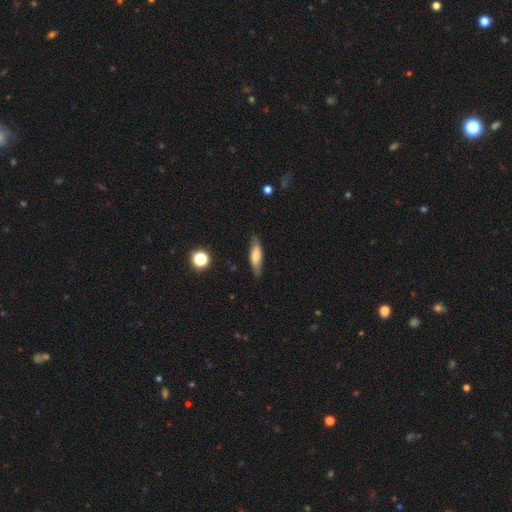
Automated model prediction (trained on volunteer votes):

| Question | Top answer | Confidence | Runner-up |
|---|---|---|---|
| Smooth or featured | smooth | 65% | featured or disk (28%) |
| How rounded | cigar-shaped | 58% | in between (40%) |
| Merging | none | 82% | minor disturbance (14%) |